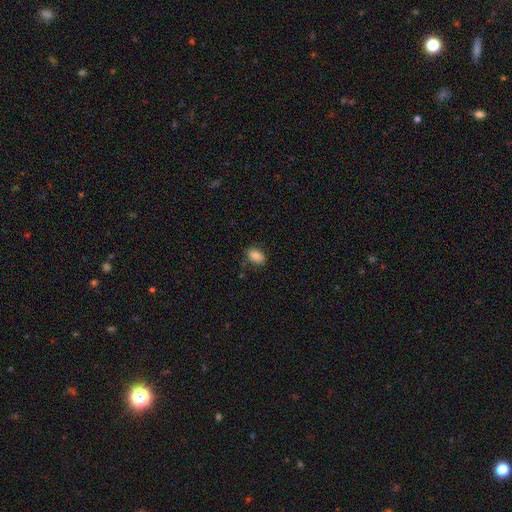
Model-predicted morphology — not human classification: Smooth or featured? Predicted: smooth (p=0.83). How rounded? Predicted: in between (p=0.88). Merging? Predicted: none (p=0.81).